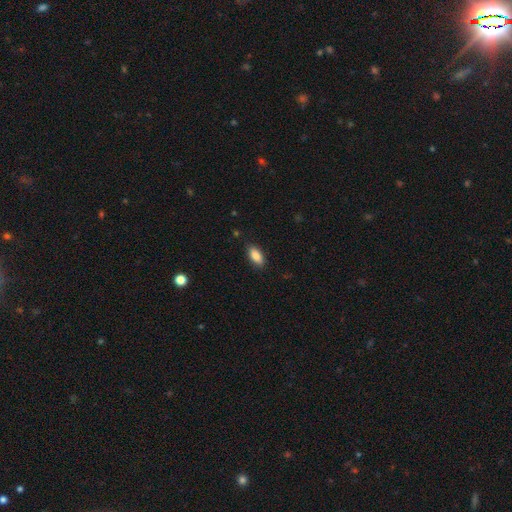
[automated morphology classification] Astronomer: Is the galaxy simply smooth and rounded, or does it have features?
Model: smooth — 87%.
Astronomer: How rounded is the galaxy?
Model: in between — 89%.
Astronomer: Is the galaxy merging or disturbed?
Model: none — 87%.